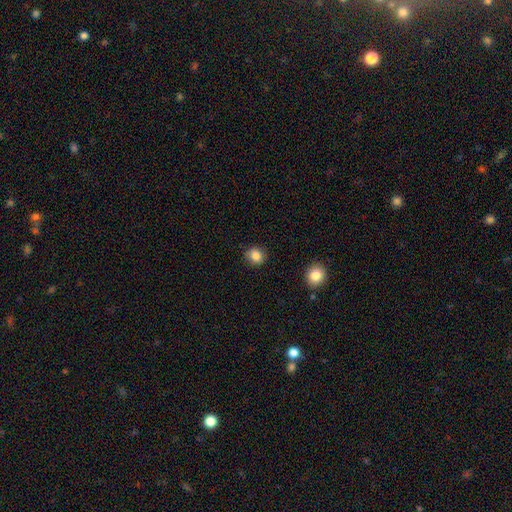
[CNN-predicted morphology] This appears to be a smooth galaxy with no disk features (85%) that is round (85%). Merging: none (87%).